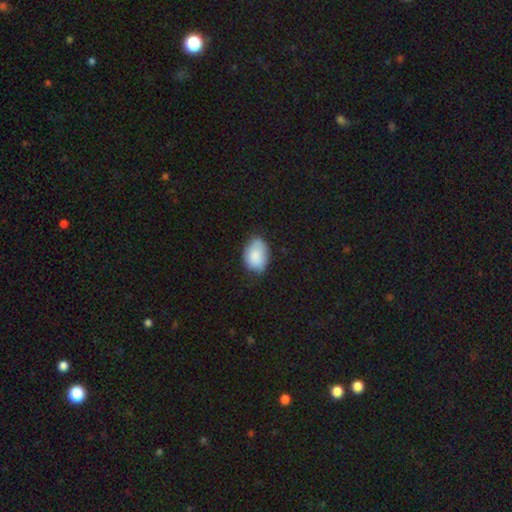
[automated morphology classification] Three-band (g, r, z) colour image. It shows a smooth galaxy with no disk features (83%) that is in between round and cigar-shaped (80%). Merging: none (62%).